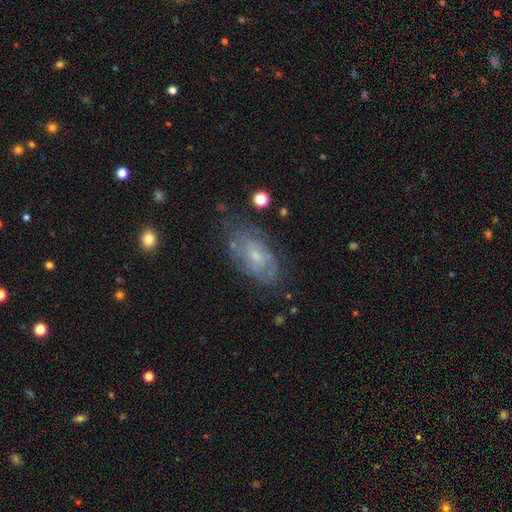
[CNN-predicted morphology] Smooth or featured: featured or disk — 65% (smooth — 26%)
Edge-on disk: no — 94% (yes — 6%)
Bar: no — 62% (weak — 33%)
Spiral arms: yes — 77% (no — 23%)
Bulge size: small — 64% (moderate — 27%)
Merging: none — 65% (minor disturbance — 23%)